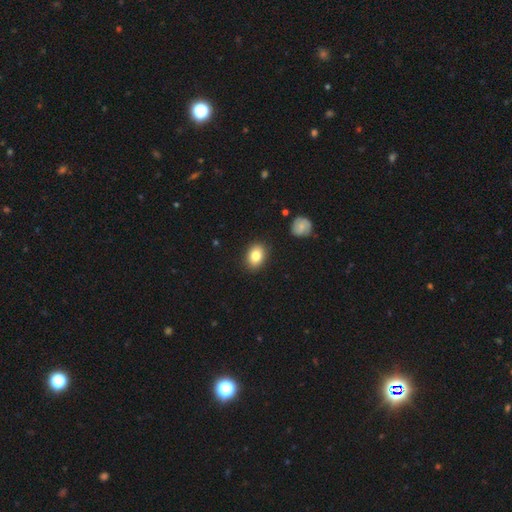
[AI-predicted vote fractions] A smooth galaxy with no disk features (83%) that is in between round and cigar-shaped (69%). Merging: none (87%).